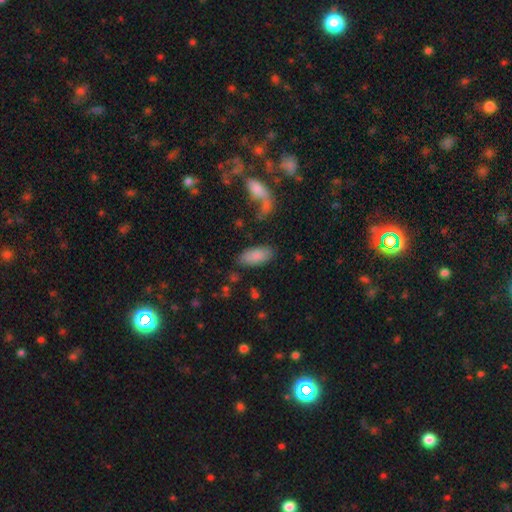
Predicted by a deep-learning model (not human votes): A smooth galaxy with no disk features (83%) that is in between round and cigar-shaped (90%).

Vote fractions:
- Smooth or featured? smooth: 83% / featured or disk: 10% / star or artifact: 7%
- How rounded? in between: 90% / cigar-shaped: 8% / round: 2%
- Merging? none: 77% / minor disturbance: 12% / merger: 5% / major disturbance: 5%